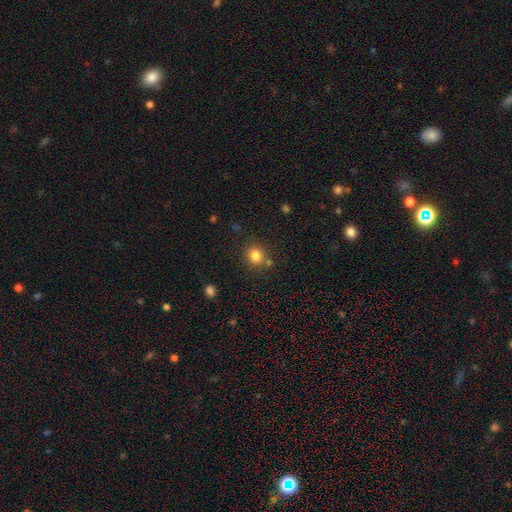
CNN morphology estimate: Smooth or featured: smooth — 82% (star or artifact — 12%)
How rounded: round — 78% (in between — 21%)
Merging: none — 74% (merger — 11%)